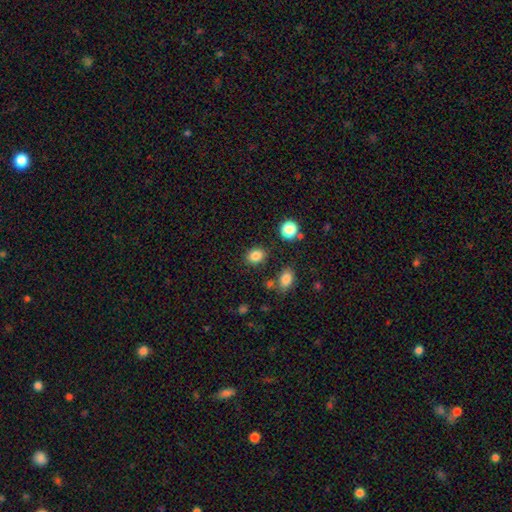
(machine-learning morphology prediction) Smooth or featured? Predicted: smooth (p=0.84). How rounded? Predicted: in between (p=0.52). Merging? Predicted: none (p=0.82).